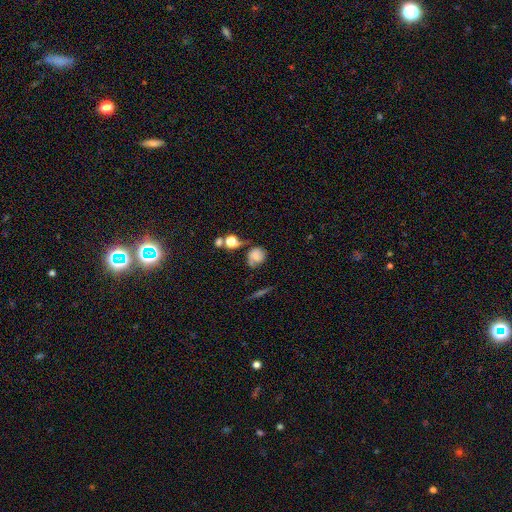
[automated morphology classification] Q: Smooth or featured?
A: smooth (63%); runner-up: featured or disk (24%)
Q: How rounded?
A: round (72%); runner-up: in between (26%)
Q: Merging?
A: none (40%); runner-up: minor disturbance (26%)